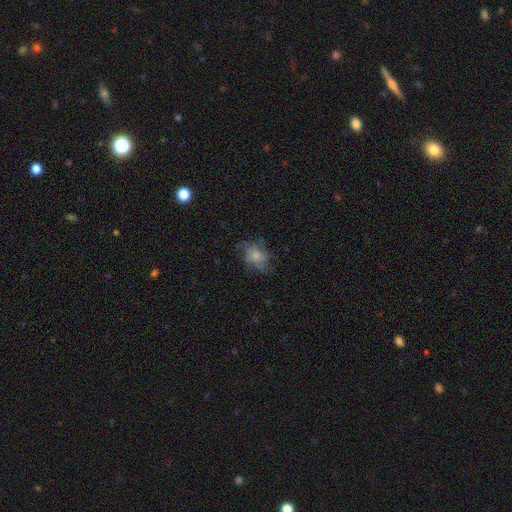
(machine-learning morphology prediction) Q: Smooth or featured?
A: featured or disk (48%); runner-up: smooth (41%)
Q: Merging?
A: none (58%); runner-up: minor disturbance (23%)